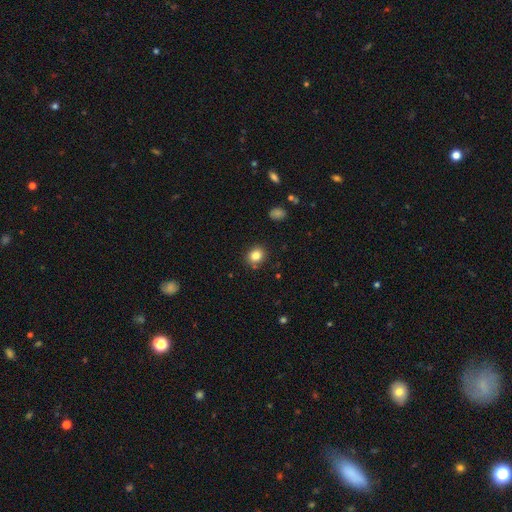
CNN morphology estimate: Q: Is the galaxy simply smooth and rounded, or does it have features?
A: smooth — 83%.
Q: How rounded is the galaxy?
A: round — 73%.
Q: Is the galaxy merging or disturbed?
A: none — 87%.